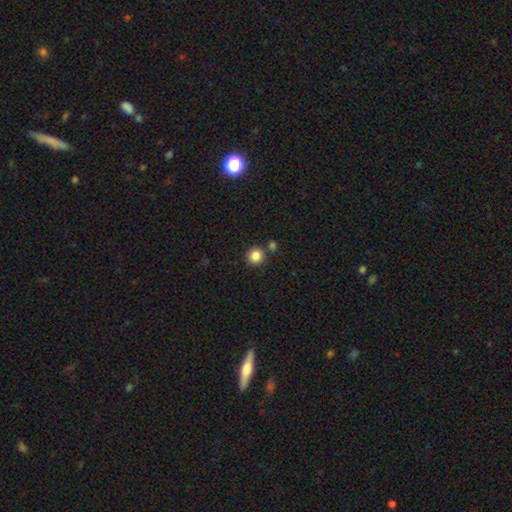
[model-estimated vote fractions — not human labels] A smooth galaxy with no disk features (85%) that is round (93%).

Vote fractions:
- Smooth or featured? smooth: 85% / star or artifact: 11% / featured or disk: 5%
- How rounded? round: 93% / in between: 6% / cigar-shaped: 1%
- Merging? none: 79% / merger: 11% / minor disturbance: 7% / major disturbance: 2%